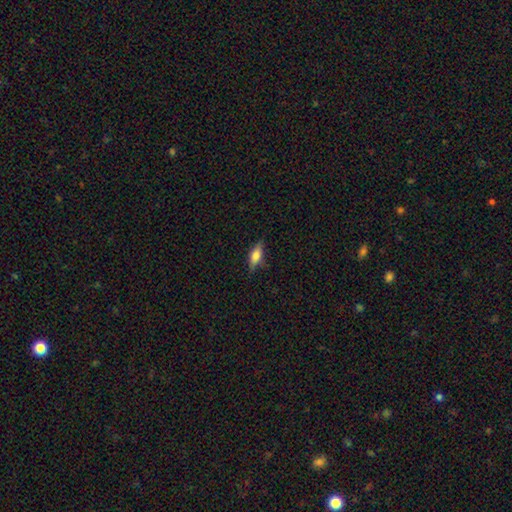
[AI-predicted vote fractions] This is likely a smooth galaxy (61%). How rounded: likely in between (61%). Merging: likely none (79%).